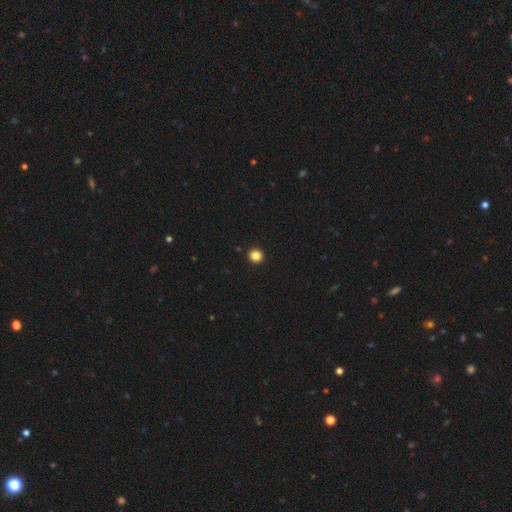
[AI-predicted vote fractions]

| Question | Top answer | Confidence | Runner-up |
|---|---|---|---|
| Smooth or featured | smooth | 85% | star or artifact (12%) |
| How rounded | round | 94% | in between (5%) |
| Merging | none | 94% | minor disturbance (4%) |